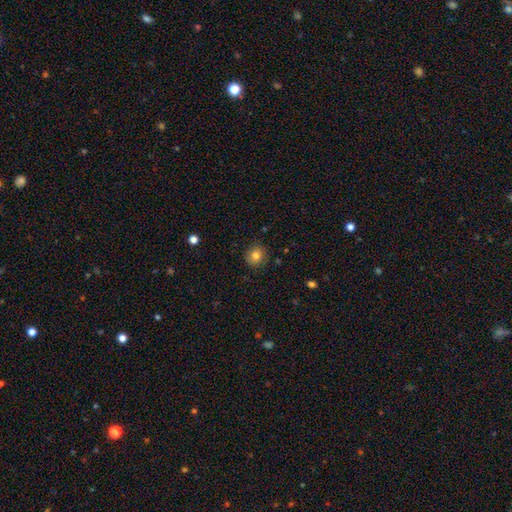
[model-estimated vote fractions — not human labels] The model was most divided on "smooth or featured": smooth: 81%, star or artifact: 11%, featured or disk: 8%. More confident: merging — none (87%); how rounded — round (85%).